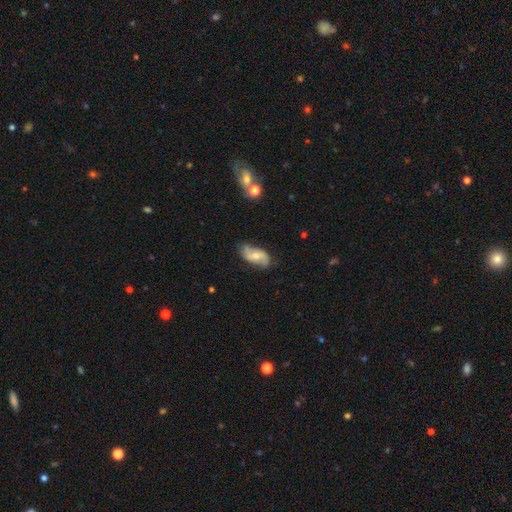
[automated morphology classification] This is likely a featured or disk galaxy (68%). It is clearly not viewed edge-on (94%). Bar: possibly no (51%). Spiral arm pattern: clearly yes (91%). Spiral arm count: clearly 2 (88%). Spiral winding: possibly loose (55%). Central bulge: possibly moderate (52%). Merging: likely none (70%).